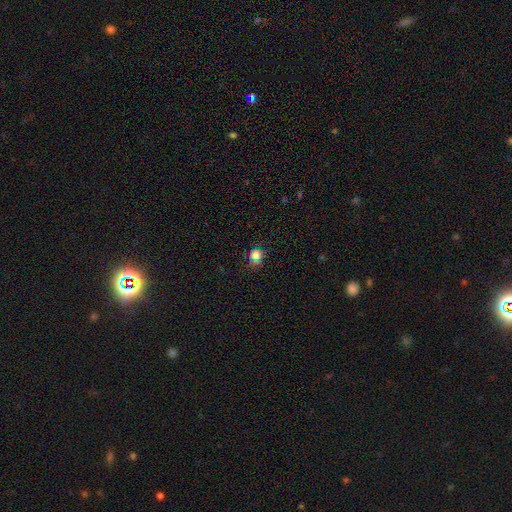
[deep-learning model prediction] A smooth galaxy with no disk features (62%) that is round (83%). Merging: none (82%).